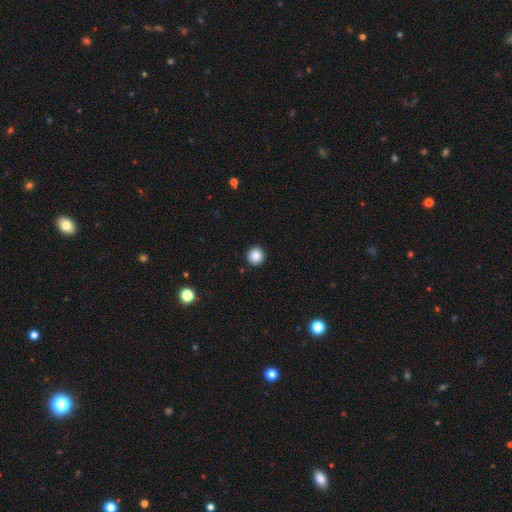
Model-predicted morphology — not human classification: smooth 86%, star or artifact 10%, featured or disk 5%. Down the decision tree: how rounded — round (95%); merging — none (93%).